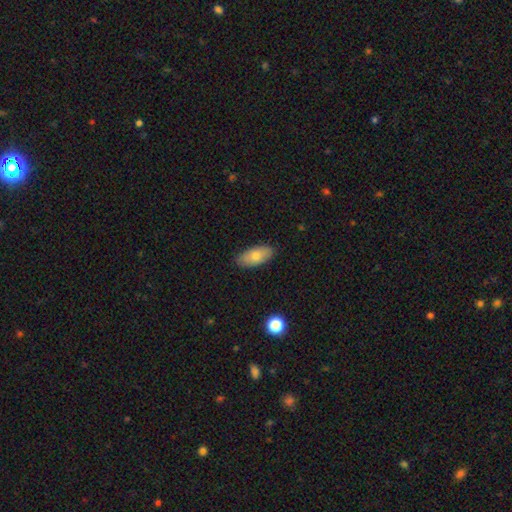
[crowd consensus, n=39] smooth_or_featured: smooth (p=0.62) [alt: featured or disk p=0.33]
how_rounded: in between (p=0.88) [alt: round p=0.08]
merging: none (p=0.86) [alt: minor disturbance p=0.11]